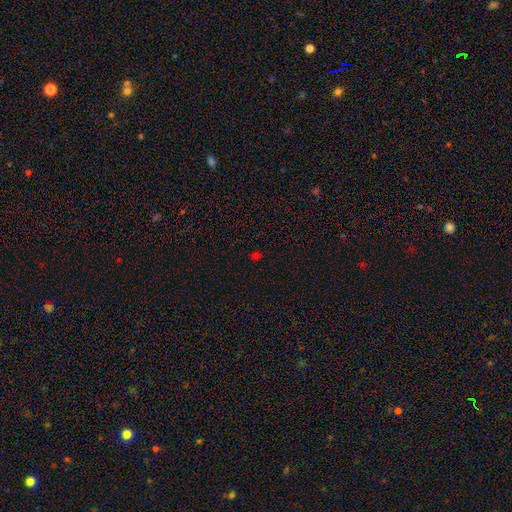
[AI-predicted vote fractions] Smooth or featured: smooth — 51% (star or artifact — 44%)
How rounded: round — 69% (in between — 29%)
Merging: none — 83% (minor disturbance — 10%)